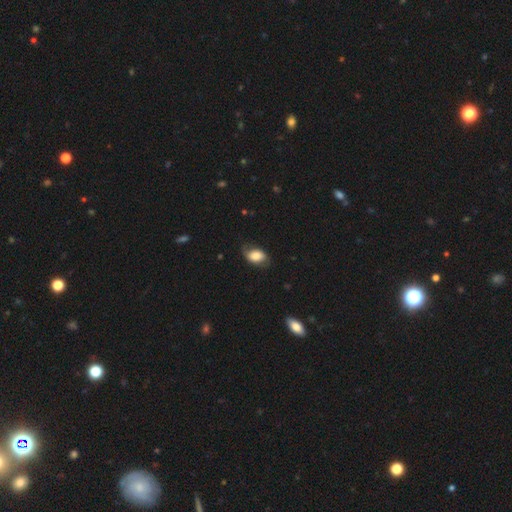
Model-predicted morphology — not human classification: smooth 69%, featured or disk 23%, star or artifact 7%. Down the decision tree: how rounded — in between (87%); merging — none (60%).